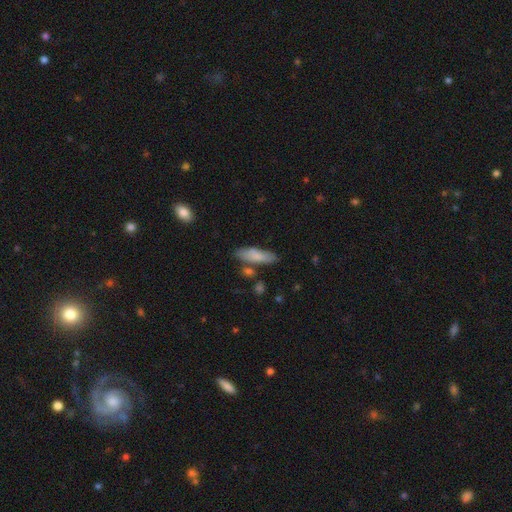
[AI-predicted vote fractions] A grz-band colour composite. It shows a smooth galaxy with no disk features (79%) that is cigar-shaped (52%). Merging: none (73%).